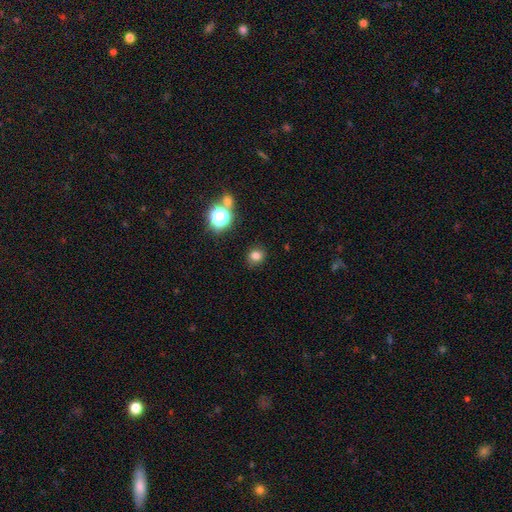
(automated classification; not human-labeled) A smooth galaxy with no disk features (78%) that is round (79%). Merging: none (86%).